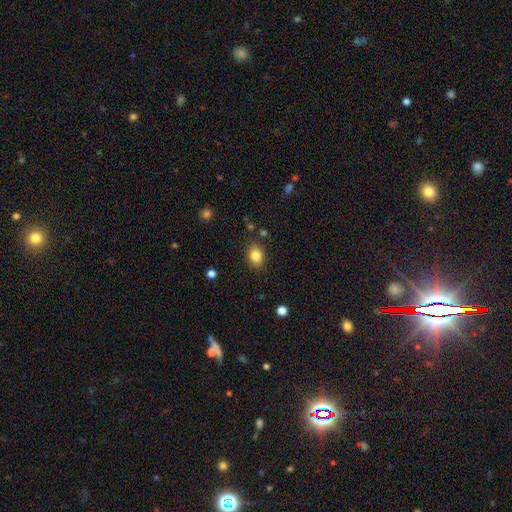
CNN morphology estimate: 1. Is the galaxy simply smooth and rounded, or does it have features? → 83% smooth, 10% star or artifact, 8% featured or disk.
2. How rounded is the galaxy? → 70% in between, 29% round, 1% cigar-shaped.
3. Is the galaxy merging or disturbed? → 84% none, 11% minor disturbance, 3% major disturbance, 2% merger.